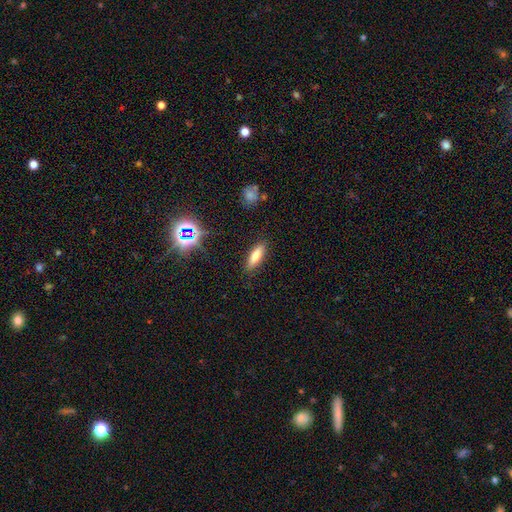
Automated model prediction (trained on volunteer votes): Q: Smooth or featured?
A: smooth (71%); runner-up: featured or disk (18%)
Q: How rounded?
A: in between (50%); runner-up: cigar-shaped (47%)
Q: Merging?
A: none (87%); runner-up: minor disturbance (9%)